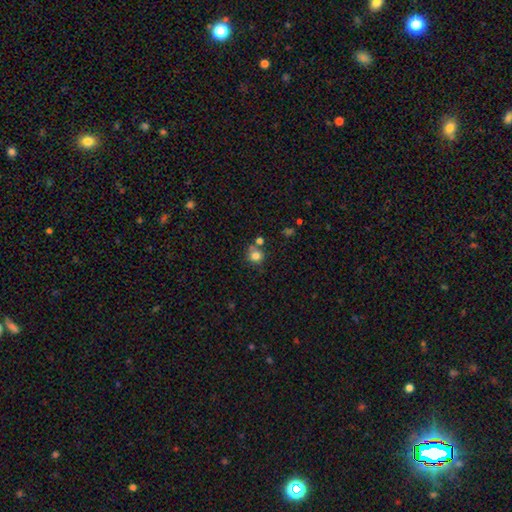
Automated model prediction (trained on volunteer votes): The model was most divided on "merging": none: 63%, merger: 20%, minor disturbance: 13%, major disturbance: 4%. More confident: how rounded — round (88%); smooth or featured — smooth (80%).